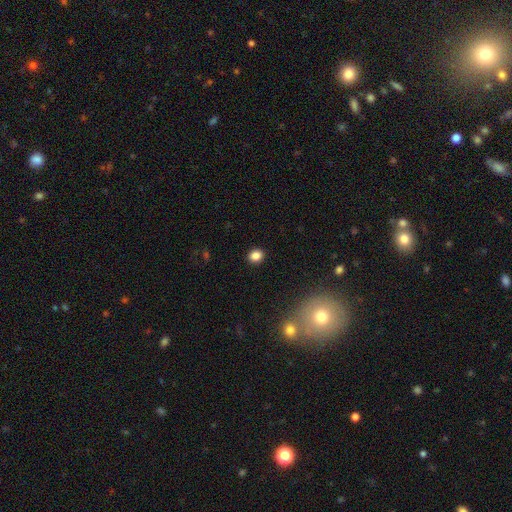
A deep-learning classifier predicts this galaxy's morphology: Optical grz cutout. It shows a smooth galaxy with no disk features (85%) that is round (60%). Merging: none (90%).